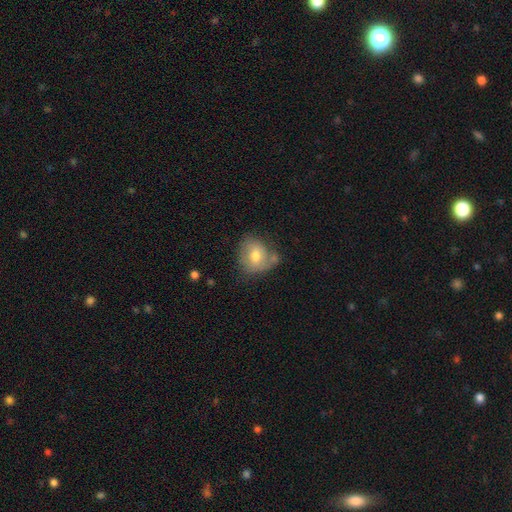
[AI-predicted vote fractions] Smooth or featured? smooth (65%)
How rounded? round (65%)
Merging? none (50%)